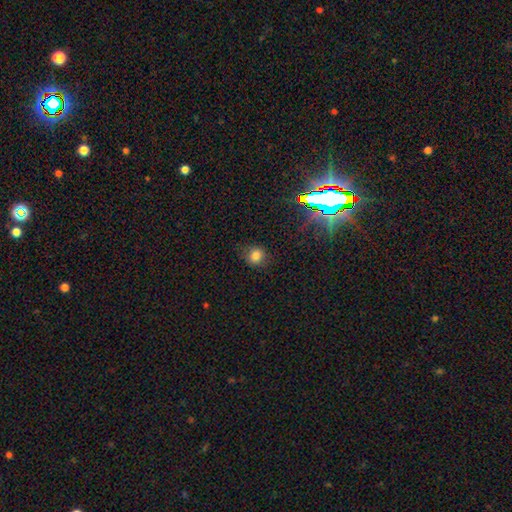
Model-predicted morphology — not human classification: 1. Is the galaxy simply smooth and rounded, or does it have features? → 78% smooth, 16% star or artifact, 7% featured or disk.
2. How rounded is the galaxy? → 85% round, 14% in between, 1% cigar-shaped.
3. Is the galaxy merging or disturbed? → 81% none, 14% minor disturbance, 4% major disturbance, 1% merger.